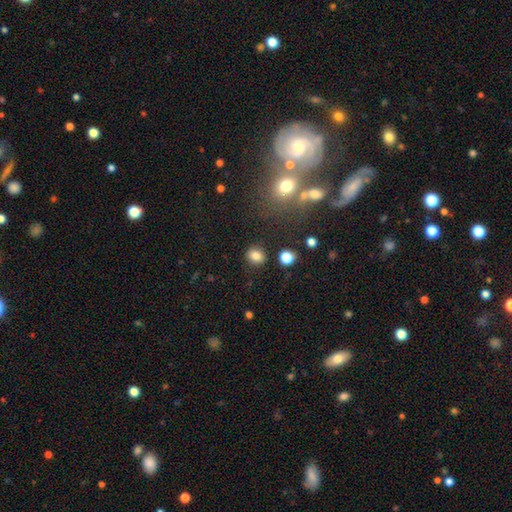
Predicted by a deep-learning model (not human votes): Smooth or featured: smooth — 82% (star or artifact — 12%)
How rounded: round — 64% (in between — 35%)
Merging: none — 85% (minor disturbance — 9%)